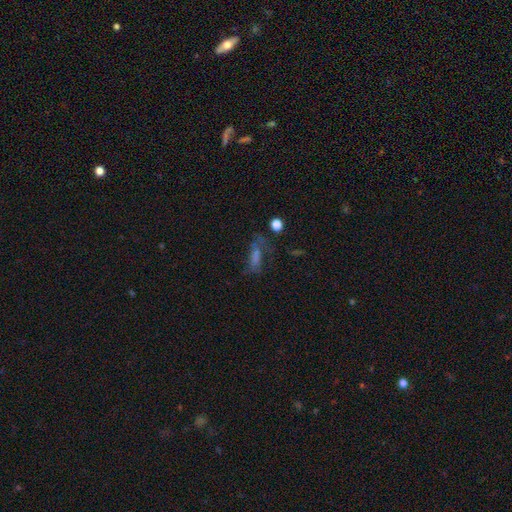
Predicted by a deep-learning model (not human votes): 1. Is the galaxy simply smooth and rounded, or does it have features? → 38% smooth, 33% featured or disk, 30% star or artifact.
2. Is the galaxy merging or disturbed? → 47% none, 25% major disturbance, 21% minor disturbance, 7% merger.